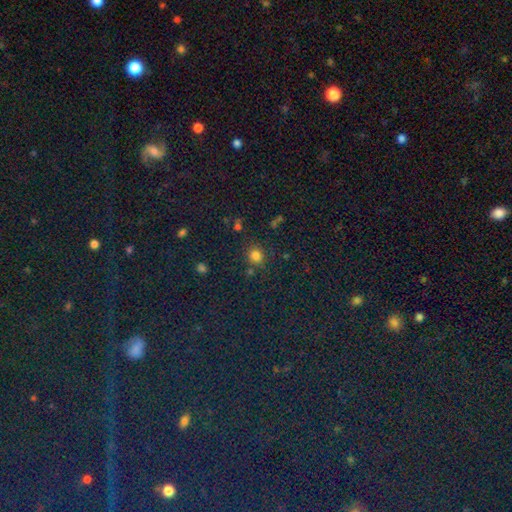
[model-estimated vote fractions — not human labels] Smooth or featured? smooth (76%)
How rounded? round (86%)
Merging? none (78%)